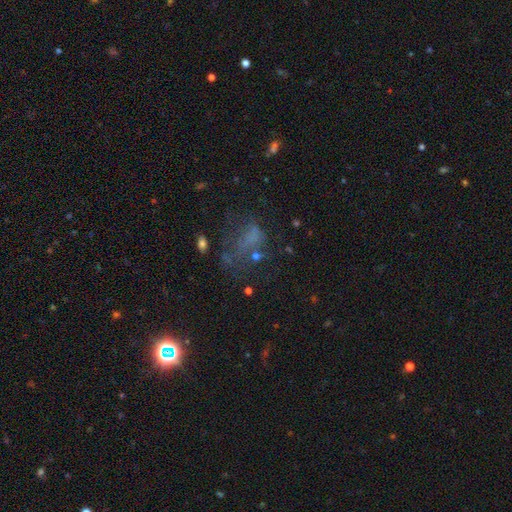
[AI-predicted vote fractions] Morphology: type=smooth (40%); merging=major disturbance (42%).